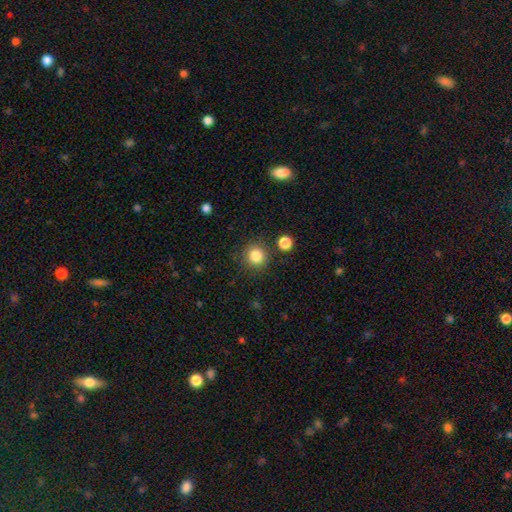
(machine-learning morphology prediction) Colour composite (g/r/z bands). It shows a smooth galaxy with no disk features (84%) that is round (93%). Merging: none (86%).